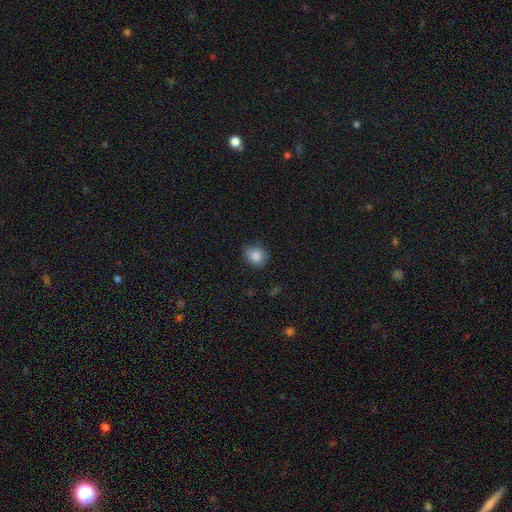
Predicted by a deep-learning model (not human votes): smooth_or_featured: smooth (p=0.85) [alt: star or artifact p=0.09]
how_rounded: round (p=0.70) [alt: in between p=0.29]
merging: none (p=0.72) [alt: minor disturbance p=0.22]